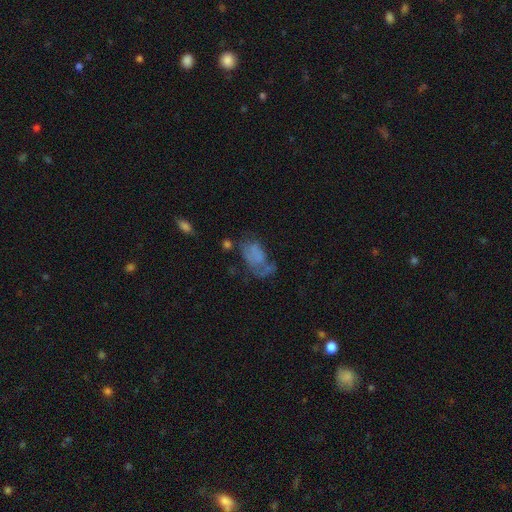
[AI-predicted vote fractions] Smooth or featured? smooth (49%)
Merging? major disturbance (36%)